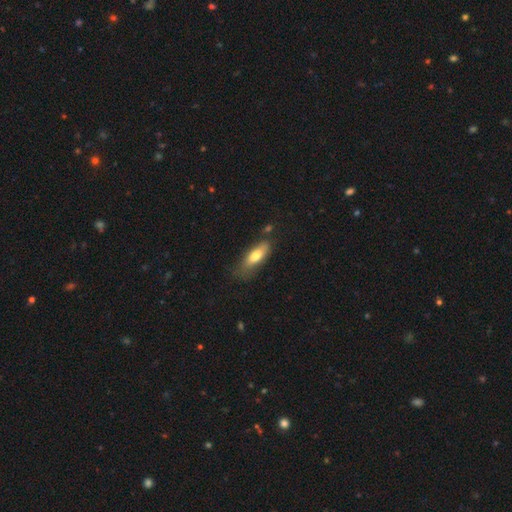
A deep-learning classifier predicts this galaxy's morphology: Smooth or featured? smooth (72%)
How rounded? in between (67%)
Merging? none (59%)